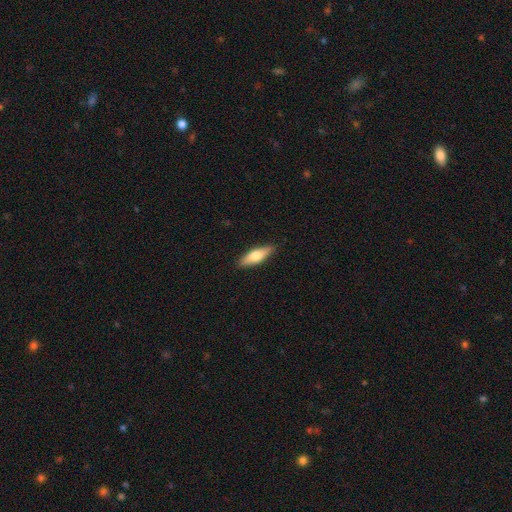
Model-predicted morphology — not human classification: Smooth or featured?
  - smooth: 66% *
  - featured or disk: 28%
  - star or artifact: 6%
How rounded?
  - in between: 51% *
  - cigar-shaped: 46%
  - round: 2%
Merging?
  - none: 88% *
  - minor disturbance: 9%
  - major disturbance: 2%
  - merger: 1%